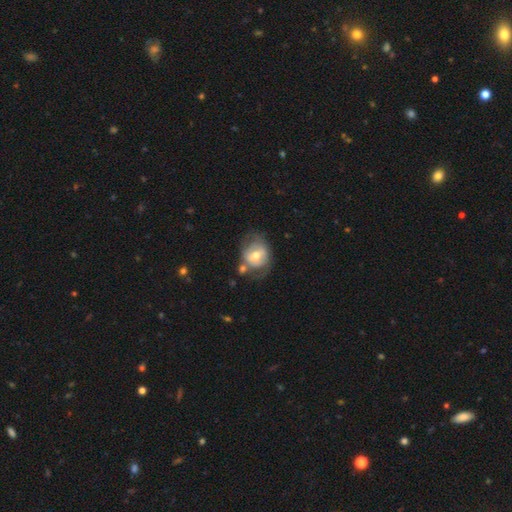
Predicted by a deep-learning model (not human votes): Morphology: type=smooth (47%); merging=none (45%).